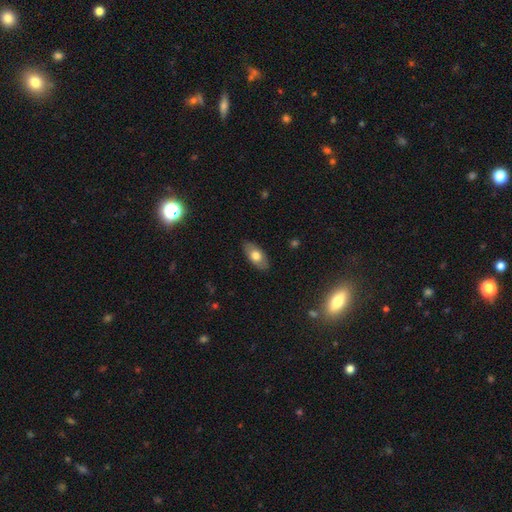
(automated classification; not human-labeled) smooth 69%, featured or disk 24%, star or artifact 6%. Down the decision tree: how rounded — in between (90%); merging — none (87%).